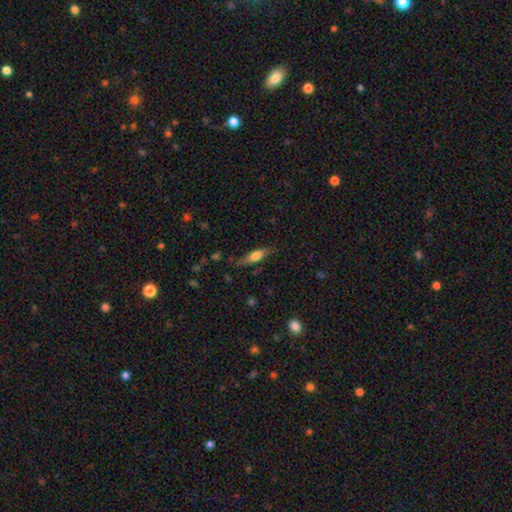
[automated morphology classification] A smooth galaxy with no disk features (52%) that is cigar-shaped (60%).

Vote fractions:
- Smooth or featured? smooth: 52% / featured or disk: 41% / star or artifact: 7%
- How rounded? cigar-shaped: 60% / in between: 37% / round: 3%
- Merging? none: 76% / minor disturbance: 18% / major disturbance: 4% / merger: 2%